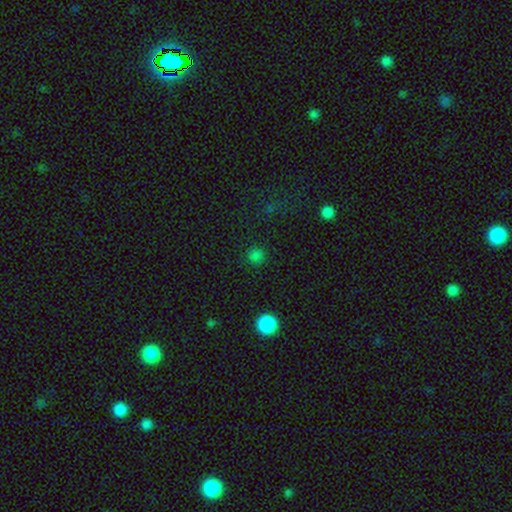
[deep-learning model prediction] Smooth or featured? smooth (77%)
How rounded? round (90%)
Merging? none (87%)